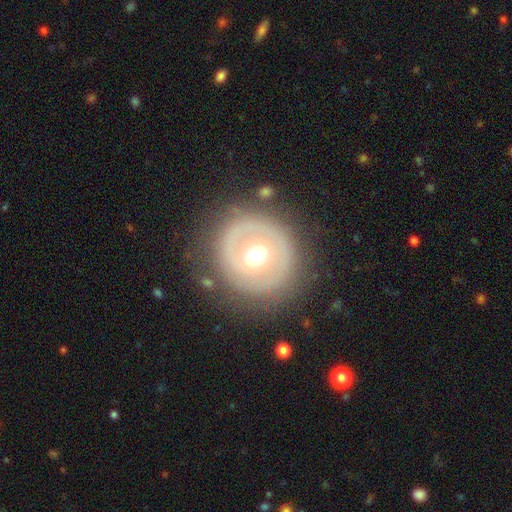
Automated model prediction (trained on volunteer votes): Smooth or featured? featured or disk (49%)
Merging? none (76%)